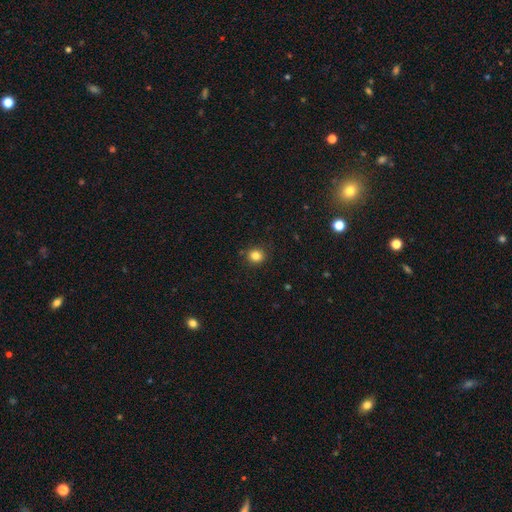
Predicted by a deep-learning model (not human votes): Smooth or featured?
  - smooth: 84% *
  - star or artifact: 12%
  - featured or disk: 4%
How rounded?
  - round: 82% *
  - in between: 17%
  - cigar-shaped: 1%
Merging?
  - none: 89% *
  - minor disturbance: 8%
  - major disturbance: 2%
  - merger: 1%